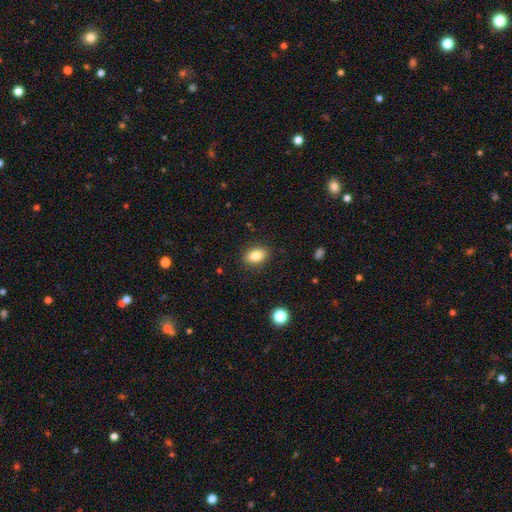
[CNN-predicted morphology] Smooth or featured: smooth — 83% (star or artifact — 9%)
How rounded: in between — 79% (round — 19%)
Merging: none — 88% (minor disturbance — 9%)